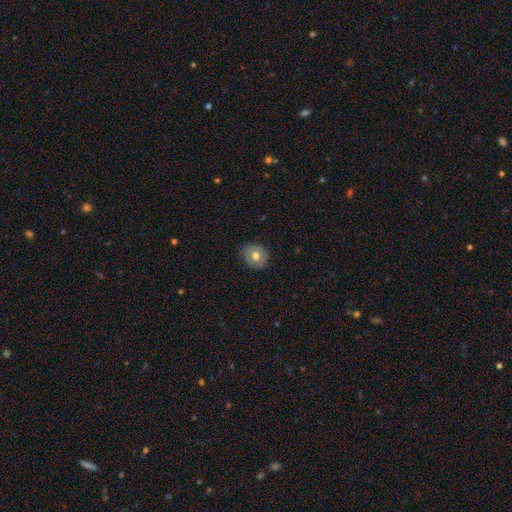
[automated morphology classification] Smooth or featured?
  - smooth: 60% *
  - featured or disk: 32%
  - star or artifact: 8%
How rounded?
  - round: 78% *
  - in between: 21%
  - cigar-shaped: 1%
Merging?
  - none: 83% *
  - minor disturbance: 13%
  - major disturbance: 3%
  - merger: 1%